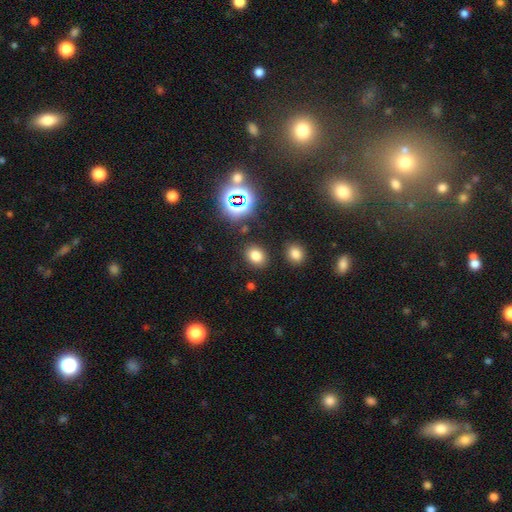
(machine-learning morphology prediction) Overall: smooth (75%). How rounded: in between (62%; round 37%). Merging: none (85%).